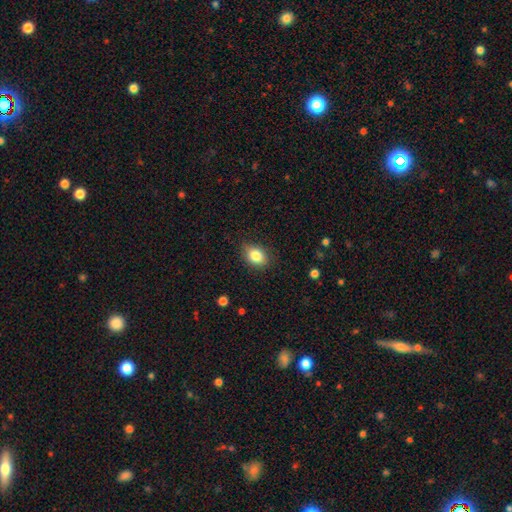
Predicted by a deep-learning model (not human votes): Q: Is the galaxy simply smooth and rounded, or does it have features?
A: smooth — 84%.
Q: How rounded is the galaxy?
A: in between — 73%.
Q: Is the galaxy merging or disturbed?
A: none — 82%.